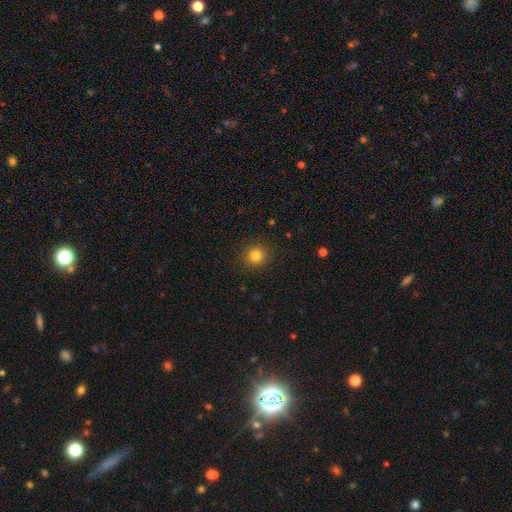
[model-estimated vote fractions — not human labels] Smooth or featured: smooth — 82% (star or artifact — 12%)
How rounded: round — 91% (in between — 8%)
Merging: none — 90% (minor disturbance — 6%)